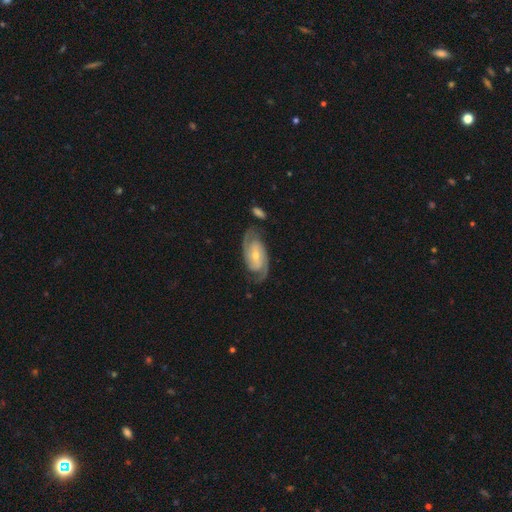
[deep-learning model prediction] Overall: featured or disk (89%). Edge-on disk: no (96%). Bar: weak (40%; no 39%). Spiral arms: yes (98%). Spiral arm count: 2 (90%). Spiral winding: medium (48%; tight 41%). Bulge size: small (57%; moderate 39%). Merging: none (78%).